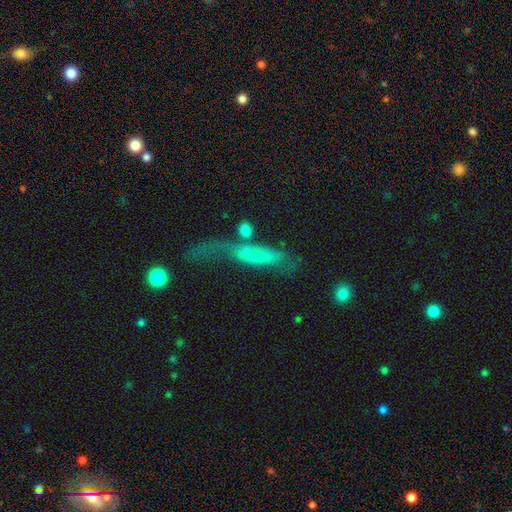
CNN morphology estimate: Smooth or featured?
  - smooth: 48% *
  - featured or disk: 42%
  - star or artifact: 11%
Merging?
  - major disturbance: 33% *
  - none: 27%
  - minor disturbance: 20%
  - merger: 20%